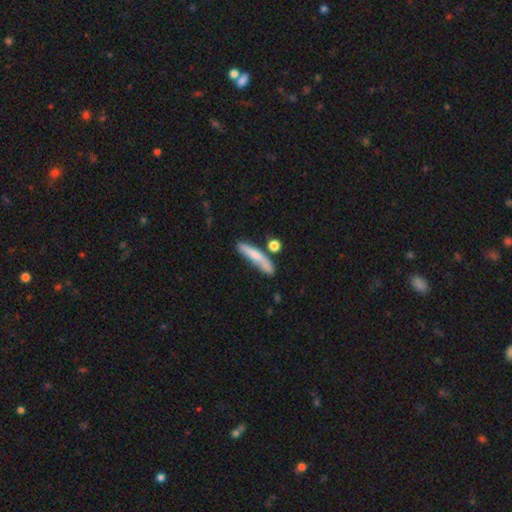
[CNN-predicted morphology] Smooth or featured: smooth — 68% (featured or disk — 25%)
How rounded: cigar-shaped — 87% (in between — 11%)
Merging: none — 61% (minor disturbance — 20%)